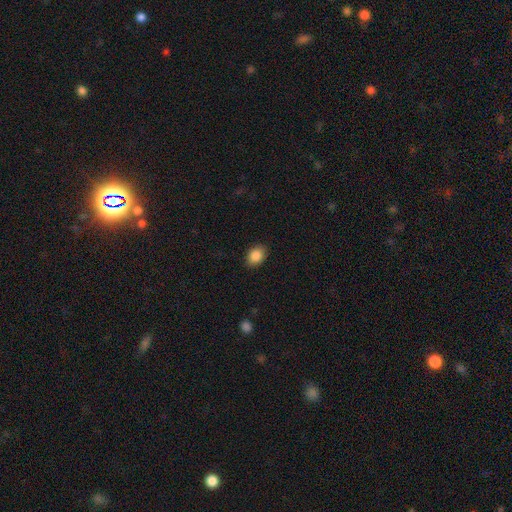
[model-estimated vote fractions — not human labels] This appears to be a smooth galaxy with no disk features (88%) that is in between round and cigar-shaped (70%). Merging: none (86%).